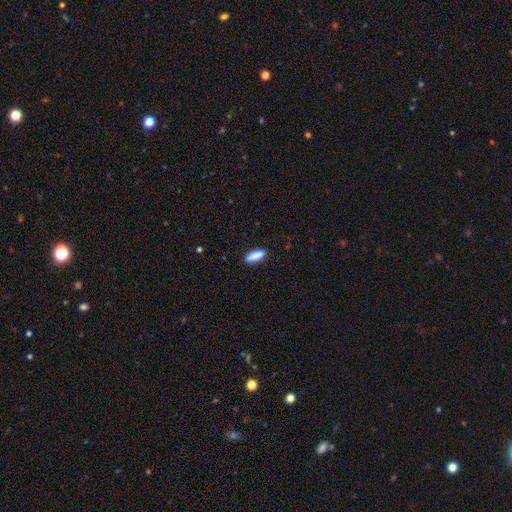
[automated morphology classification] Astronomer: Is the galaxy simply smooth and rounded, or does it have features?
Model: smooth — 88%.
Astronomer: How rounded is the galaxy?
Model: in between — 56% (runner-up: cigar-shaped, 42%).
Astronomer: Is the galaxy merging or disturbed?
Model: none — 87%.